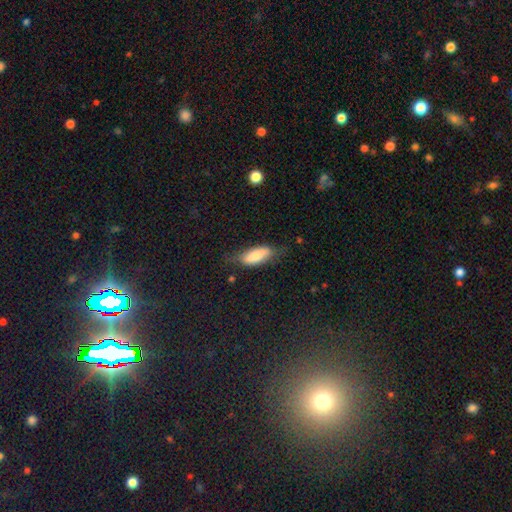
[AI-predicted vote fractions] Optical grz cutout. It shows a smooth galaxy with no disk features (75%) that is in between round and cigar-shaped (71%). Merging: none (57%).